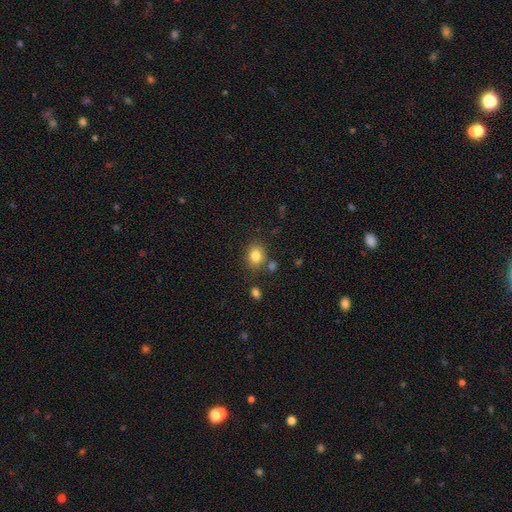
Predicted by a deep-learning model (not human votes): Smooth or featured: smooth — 83% (star or artifact — 11%)
How rounded: round — 53% (in between — 46%)
Merging: none — 76% (minor disturbance — 13%)